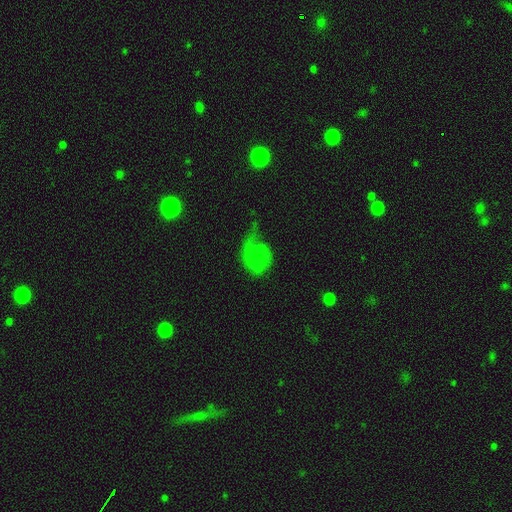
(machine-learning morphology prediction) A smooth galaxy with no disk features (51%) that is round (50%).

Vote fractions:
- Smooth or featured? smooth: 51% / featured or disk: 36% / star or artifact: 13%
- How rounded? round: 50% / in between: 49% / cigar-shaped: 2%
- Merging? major disturbance: 39% / none: 29% / minor disturbance: 28% / merger: 4%